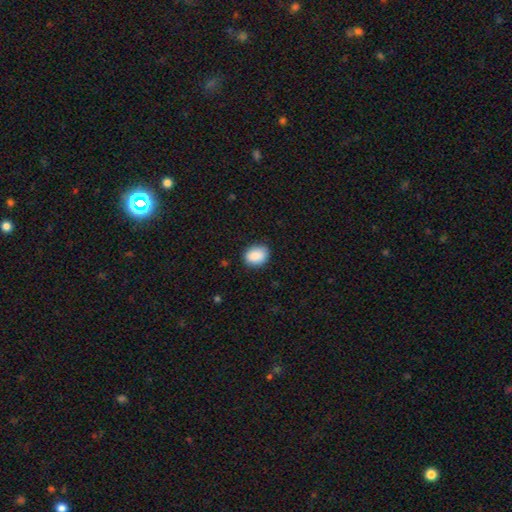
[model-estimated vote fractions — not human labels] Smooth or featured? smooth (89%)
How rounded? in between (62%)
Merging? none (84%)